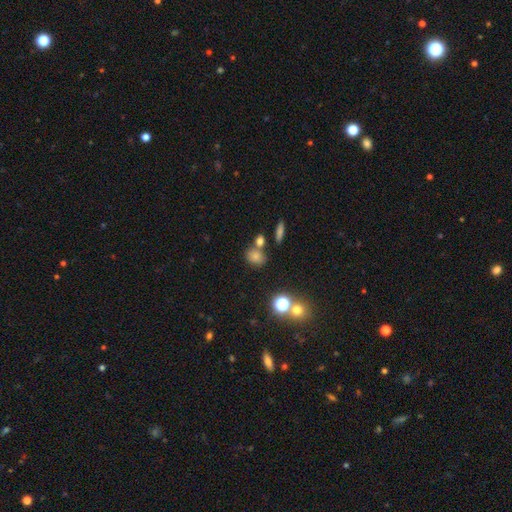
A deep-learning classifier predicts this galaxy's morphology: The model was most divided on "how rounded": in between: 51%, round: 47%, cigar-shaped: 2%. More confident: smooth or featured — smooth (75%); merging — none (58%).